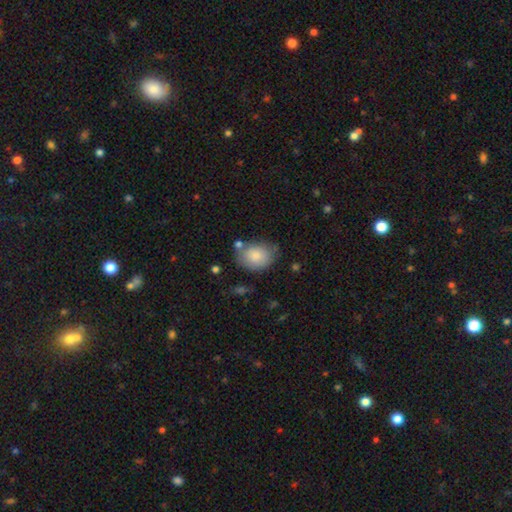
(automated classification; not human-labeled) The model was most divided on "how rounded": in between: 65%, round: 34%, cigar-shaped: 1%. More confident: smooth or featured — smooth (81%); merging — none (61%).